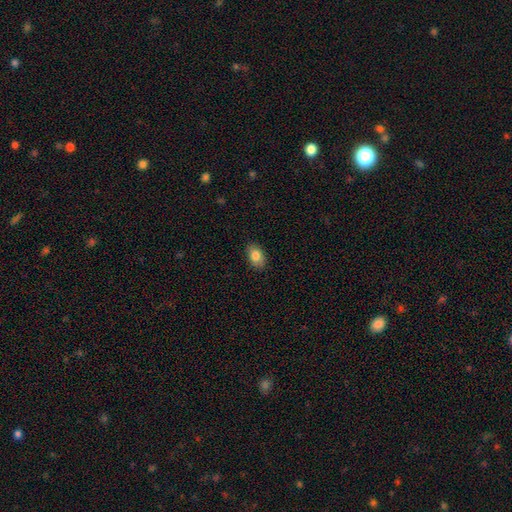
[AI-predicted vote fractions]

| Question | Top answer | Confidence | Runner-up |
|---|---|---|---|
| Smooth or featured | smooth | 83% | featured or disk (9%) |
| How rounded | in between | 89% | round (10%) |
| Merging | none | 87% | minor disturbance (10%) |